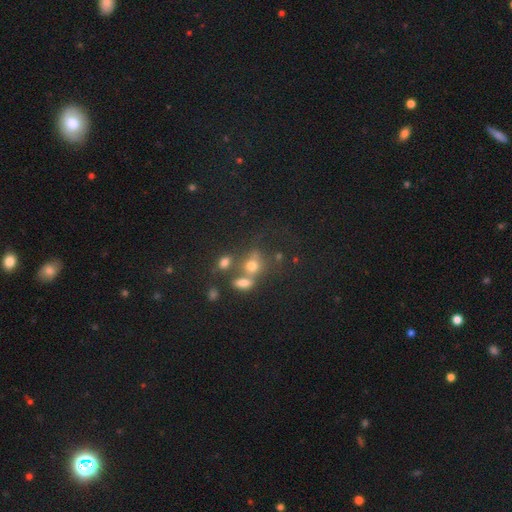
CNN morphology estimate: A smooth galaxy with no disk features (43%). Merging: merger (46%).